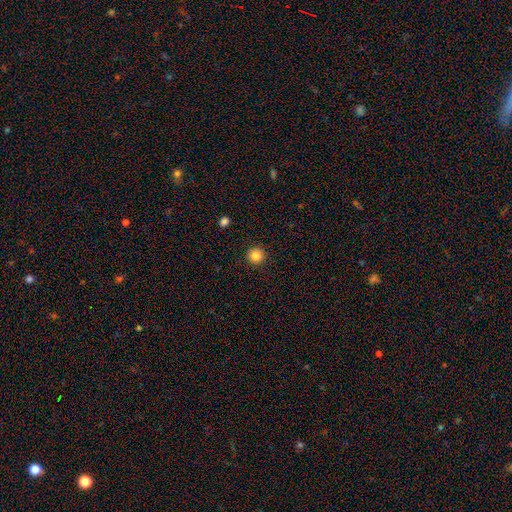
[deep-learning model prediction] Smooth or featured?
  - smooth: 86% *
  - star or artifact: 10%
  - featured or disk: 4%
How rounded?
  - round: 95% *
  - in between: 4%
  - cigar-shaped: 1%
Merging?
  - none: 92% *
  - minor disturbance: 5%
  - major disturbance: 2%
  - merger: 1%